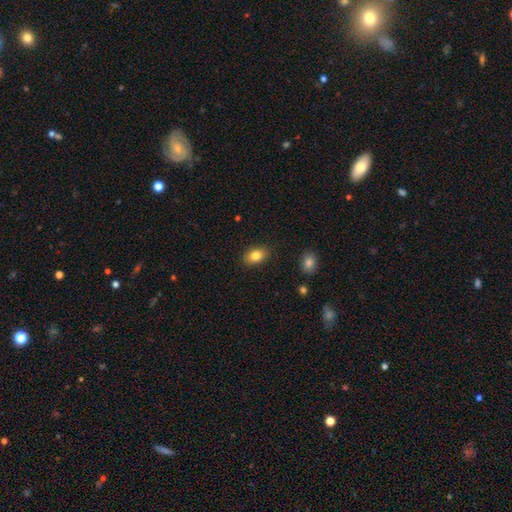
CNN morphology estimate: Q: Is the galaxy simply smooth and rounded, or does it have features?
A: smooth — 83%.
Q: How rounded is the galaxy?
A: in between — 84%.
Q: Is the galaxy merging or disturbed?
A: none — 87%.